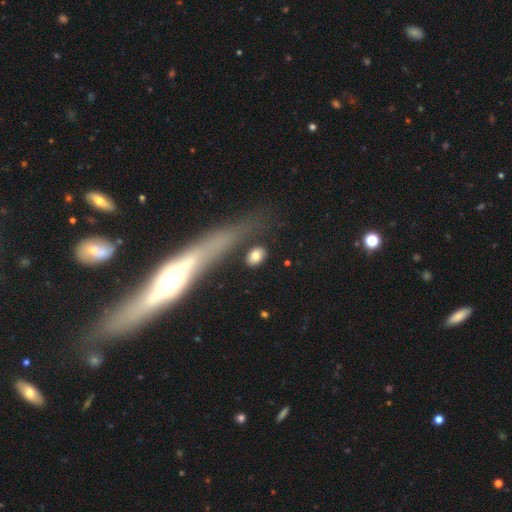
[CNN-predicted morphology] This is likely a smooth galaxy (80%). How rounded: likely in between (69%). Merging: likely none (79%).